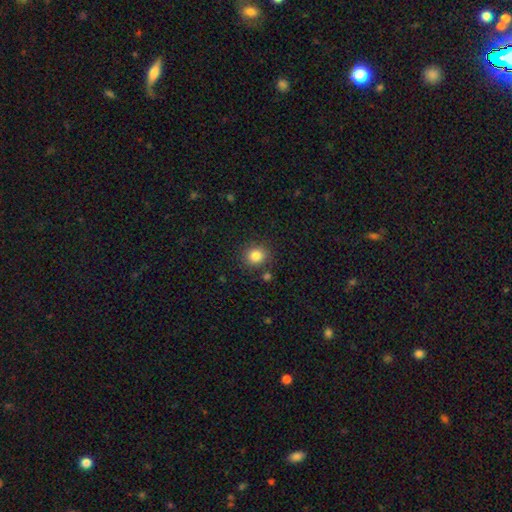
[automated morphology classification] Smooth or featured? Predicted: smooth (p=0.84). How rounded? Predicted: round (p=0.82). Merging? Predicted: none (p=0.86).